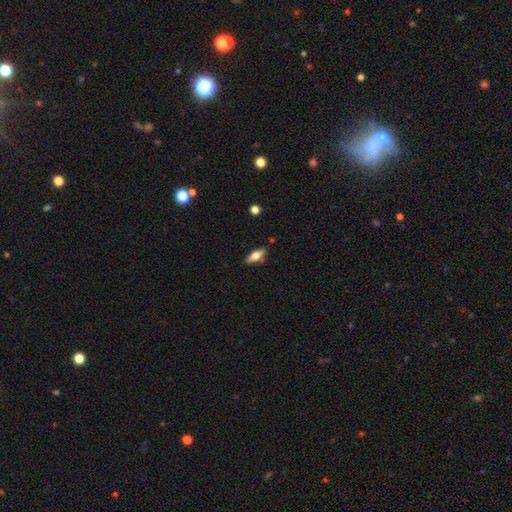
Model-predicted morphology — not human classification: smooth_or_featured: smooth (p=0.56) [alt: featured or disk p=0.37]
how_rounded: in between (p=0.68) [alt: cigar-shaped p=0.29]
merging: none (p=0.82) [alt: minor disturbance p=0.13]